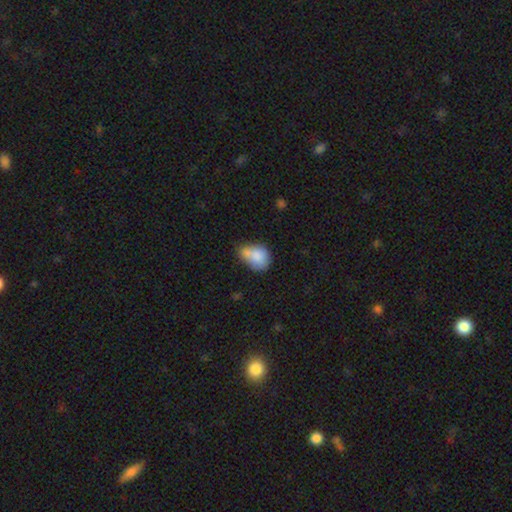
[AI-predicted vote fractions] Overall: smooth (79%). How rounded: in between (63%; round 35%). Merging: none (32%; merger 31%).